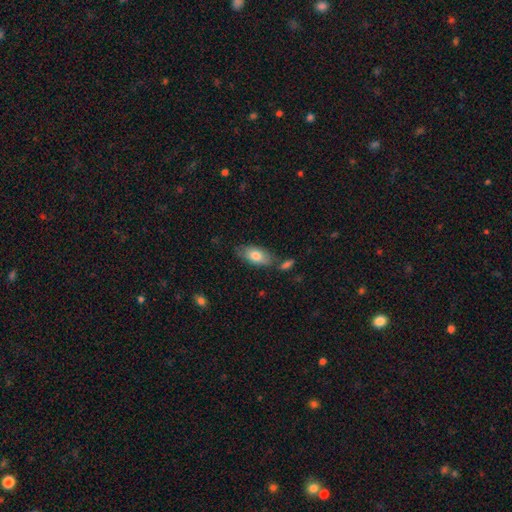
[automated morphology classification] Smooth or featured? Predicted: smooth (p=0.77). How rounded? Predicted: in between (p=0.90). Merging? Predicted: none (p=0.69).